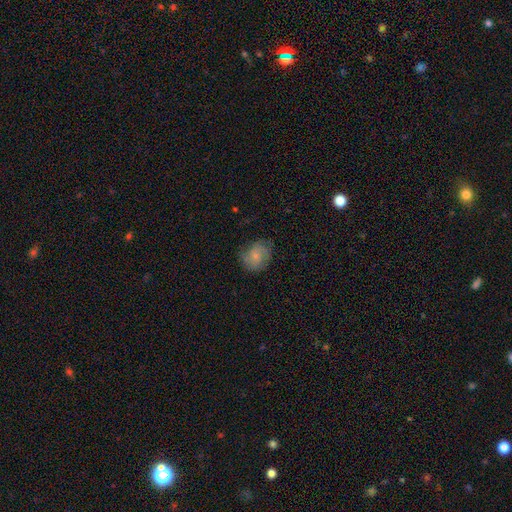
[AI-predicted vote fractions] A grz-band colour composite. It shows a smooth galaxy with no disk features (59%) that is round (63%). Merging: none (65%).